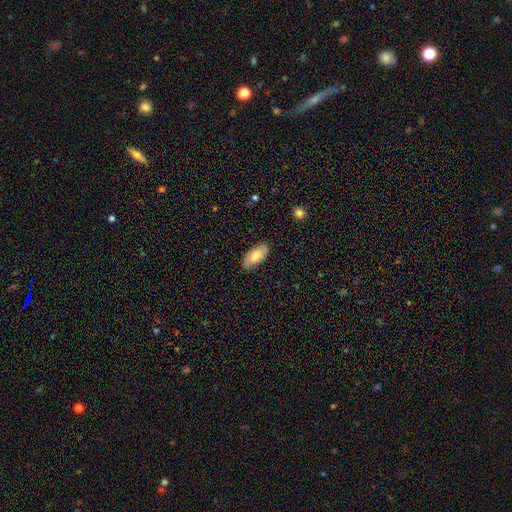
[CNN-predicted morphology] Smooth or featured? smooth (73%)
How rounded? in between (91%)
Merging? none (84%)